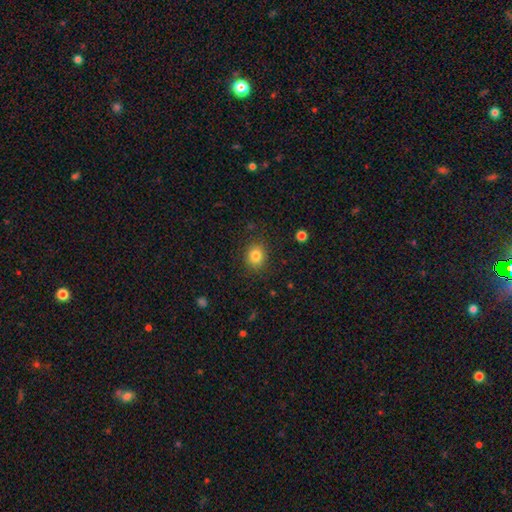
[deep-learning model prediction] Smooth or featured: smooth — 82% (star or artifact — 11%)
How rounded: round — 72% (in between — 27%)
Merging: none — 87% (minor disturbance — 9%)